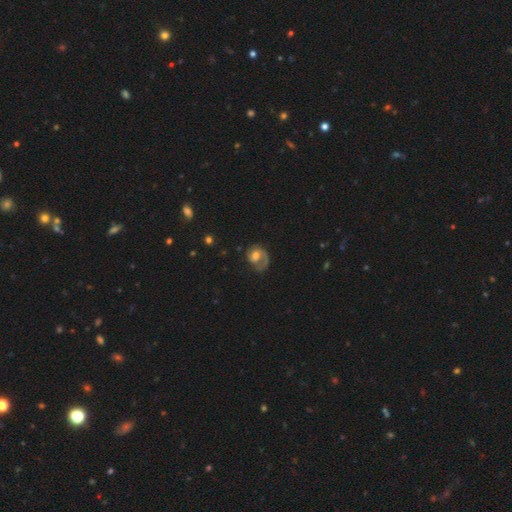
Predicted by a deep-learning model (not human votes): Smooth or featured?
  - featured or disk: 66% *
  - smooth: 26%
  - star or artifact: 8%
Edge-on disk?
  - no: 98% *
  - yes: 2%
Bar?
  - no: 70% *
  - weak: 26%
  - strong: 5%
Spiral arms?
  - yes: 86% *
  - no: 14%
Spiral winding?
  - medium: 37% *
  - tight: 34%
  - loose: 29%
Spiral arm count?
  - 1: 78% *
  - 2: 13%
  - can't tell: 6%
  - 3: 1%
  - 4: 1%
  - more than 4: 1%
Bulge size?
  - moderate: 54% *
  - small: 20%
  - large: 19%
  - none: 5%
  - dominant: 3%
Merging?
  - none: 48% *
  - major disturbance: 31%
  - minor disturbance: 18%
  - merger: 3%